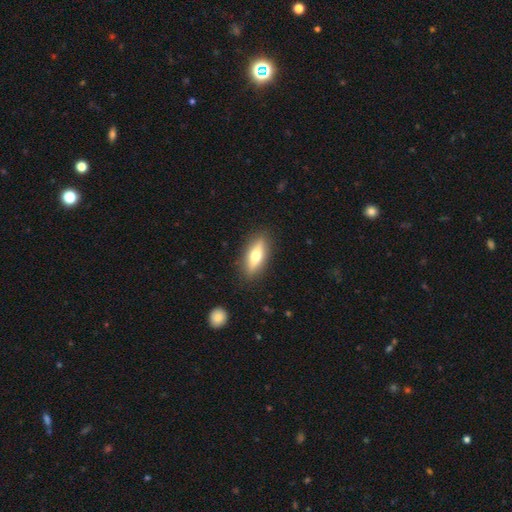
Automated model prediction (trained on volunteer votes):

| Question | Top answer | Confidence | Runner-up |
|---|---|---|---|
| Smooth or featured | smooth | 56% | featured or disk (37%) |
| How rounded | in between | 54% | cigar-shaped (43%) |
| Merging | none | 87% | minor disturbance (9%) |